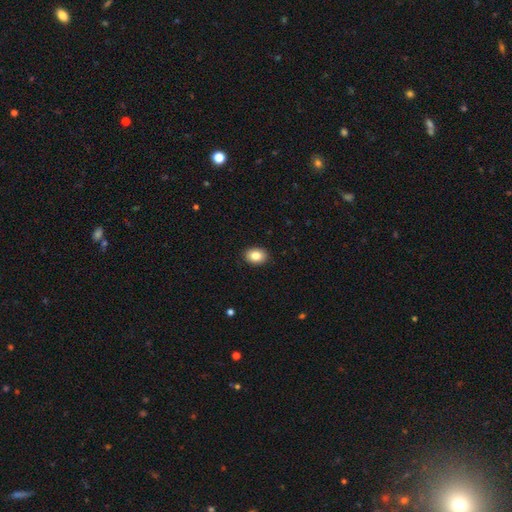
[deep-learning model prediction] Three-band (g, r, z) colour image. It shows a smooth galaxy with no disk features (84%) that is in between round and cigar-shaped (68%). Merging: none (91%).